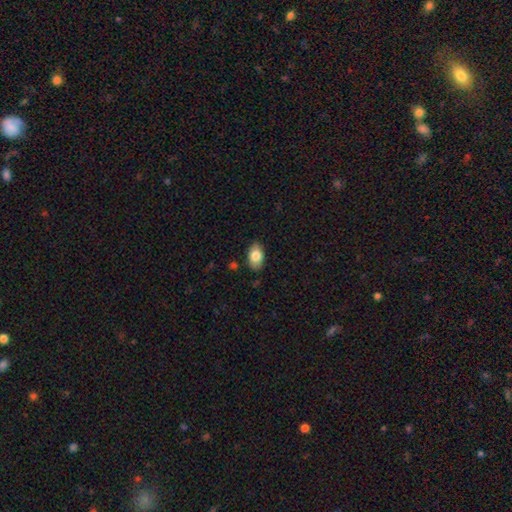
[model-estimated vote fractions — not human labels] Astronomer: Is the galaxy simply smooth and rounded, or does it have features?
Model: smooth — 81%.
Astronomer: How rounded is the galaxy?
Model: in between — 91%.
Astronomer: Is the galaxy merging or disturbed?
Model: none — 84%.